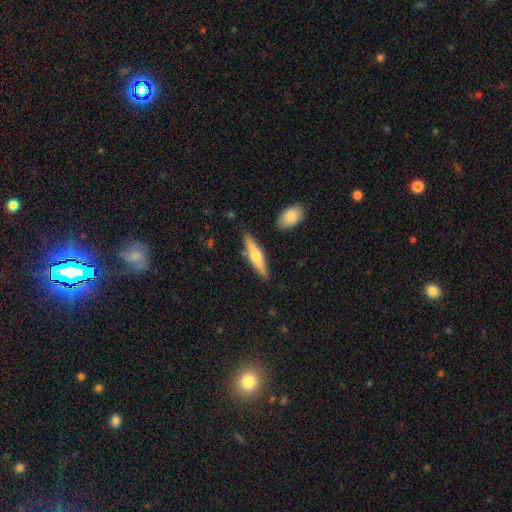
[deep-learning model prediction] smooth-or-featured: featured or disk: 47% (tied) | smooth: 47% (tied) | star or artifact: 6%
  merging: none: 85% | minor disturbance: 10% | merger: 3% | major disturbance: 2%